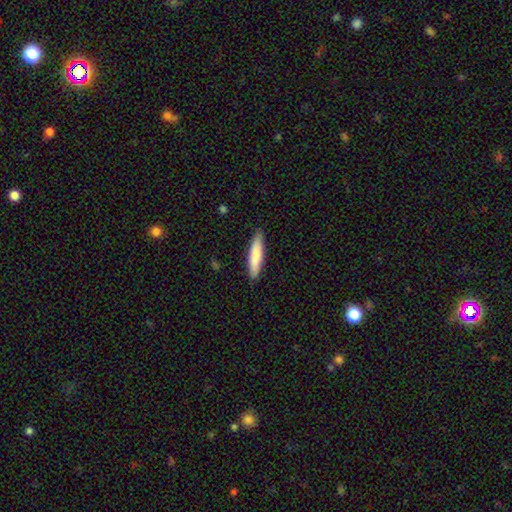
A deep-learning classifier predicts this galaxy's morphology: Smooth or featured?
  - smooth: 79% *
  - featured or disk: 16%
  - star or artifact: 5%
How rounded?
  - cigar-shaped: 83% *
  - in between: 16%
  - round: 1%
Merging?
  - none: 87% *
  - minor disturbance: 10%
  - major disturbance: 2%
  - merger: 1%